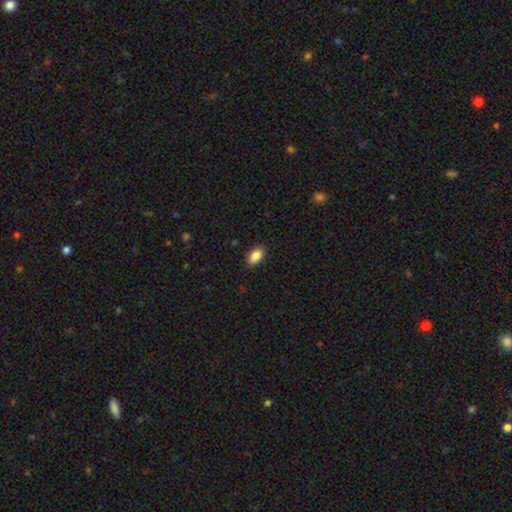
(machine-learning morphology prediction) Overall: smooth (88%). How rounded: in between (89%). Merging: none (88%).